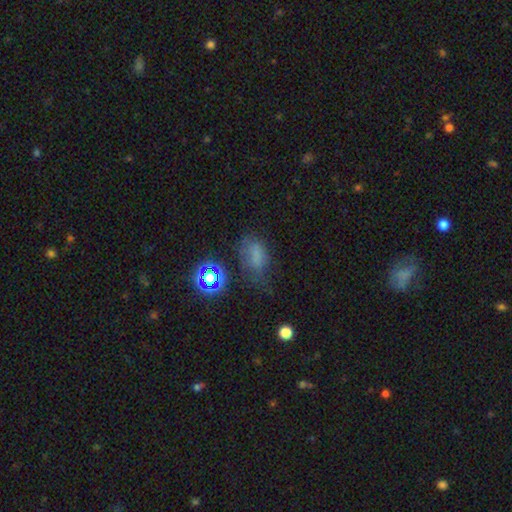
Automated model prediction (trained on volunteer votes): Q: Smooth or featured?
A: smooth (59%); runner-up: star or artifact (25%)
Q: How rounded?
A: in between (77%); runner-up: round (18%)
Q: Merging?
A: none (42%); runner-up: minor disturbance (30%)